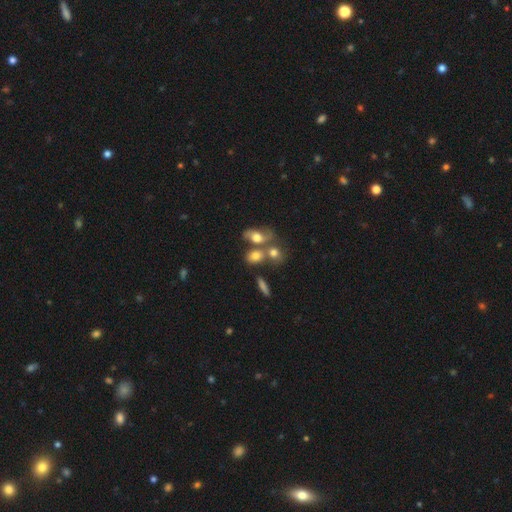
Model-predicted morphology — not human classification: smooth 65%, featured or disk 24%, star or artifact 12%. Down the decision tree: how rounded — in between (62%); merging — merger (41%).